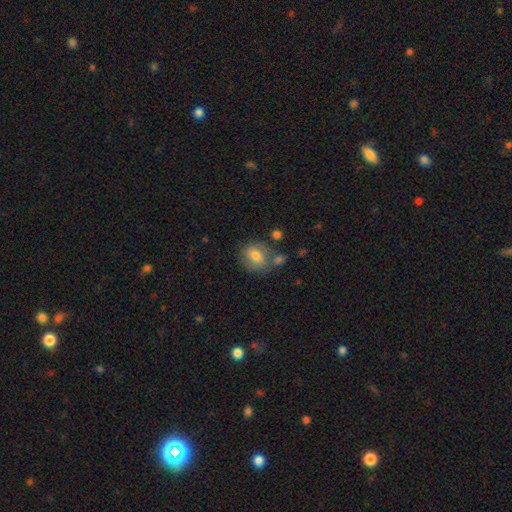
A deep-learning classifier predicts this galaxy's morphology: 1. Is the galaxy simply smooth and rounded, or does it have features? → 75% smooth, 16% featured or disk, 9% star or artifact.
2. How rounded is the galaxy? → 63% round, 36% in between, 1% cigar-shaped.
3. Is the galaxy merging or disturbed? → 60% none, 17% minor disturbance, 16% merger, 6% major disturbance.